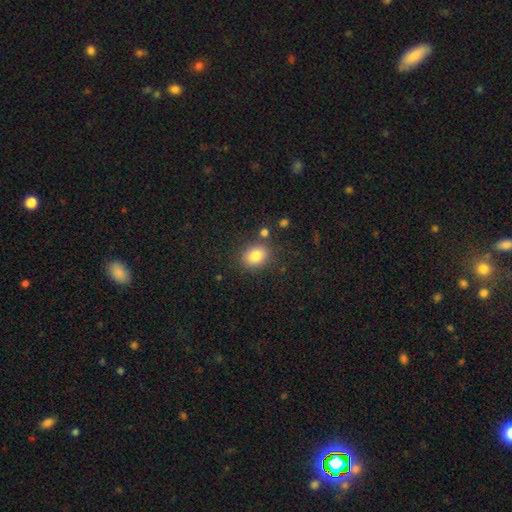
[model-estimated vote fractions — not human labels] A smooth galaxy with no disk features (82%) that is in between round and cigar-shaped (52%).

Vote fractions:
- Smooth or featured? smooth: 82% / star or artifact: 10% / featured or disk: 8%
- How rounded? in between: 52% / round: 47% / cigar-shaped: 1%
- Merging? none: 80% / minor disturbance: 11% / merger: 5% / major disturbance: 4%